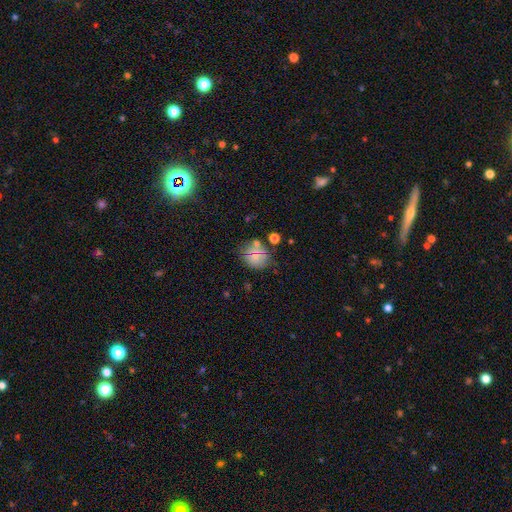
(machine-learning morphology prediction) This is likely a smooth galaxy (66%). How rounded: likely round (71%). Merging: likely none (63%).